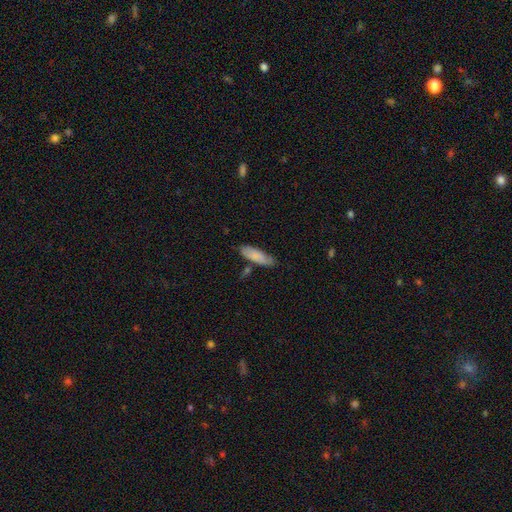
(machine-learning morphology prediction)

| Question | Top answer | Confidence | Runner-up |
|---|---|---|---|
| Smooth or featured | smooth | 80% | featured or disk (14%) |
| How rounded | in between | 57% | cigar-shaped (41%) |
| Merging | none | 68% | minor disturbance (20%) |